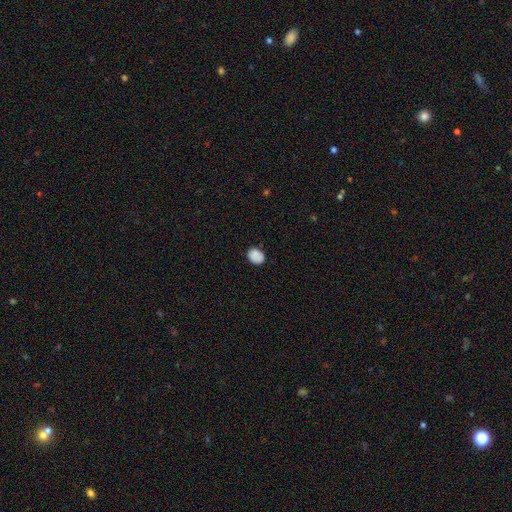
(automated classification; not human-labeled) Smooth or featured? Predicted: smooth (p=0.84). How rounded? Predicted: in between (p=0.57). Merging? Predicted: none (p=0.73).